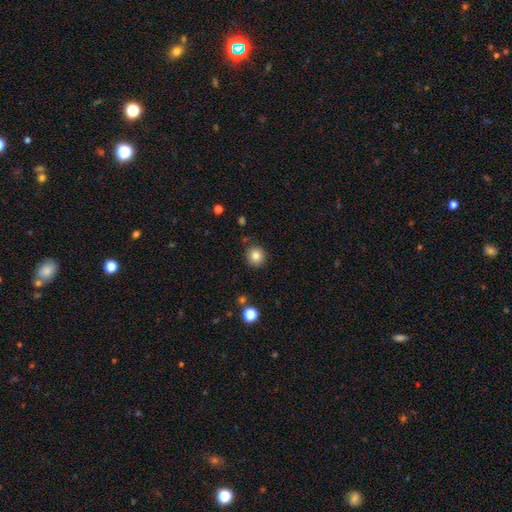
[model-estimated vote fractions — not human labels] This appears to be a smooth galaxy with no disk features (83%) that is round (91%). Merging: none (87%).